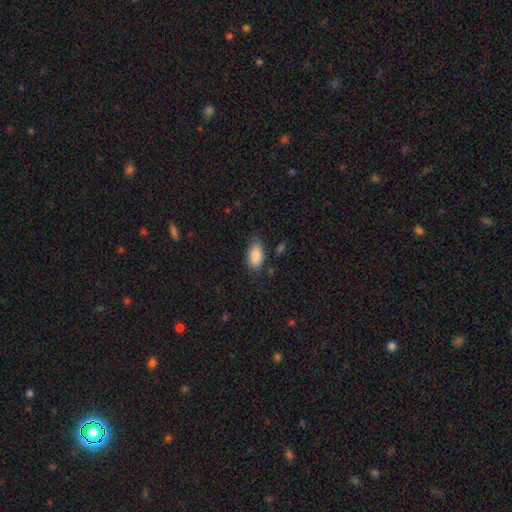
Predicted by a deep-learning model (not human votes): Smooth or featured? smooth (88%)
How rounded? in between (92%)
Merging? none (79%)